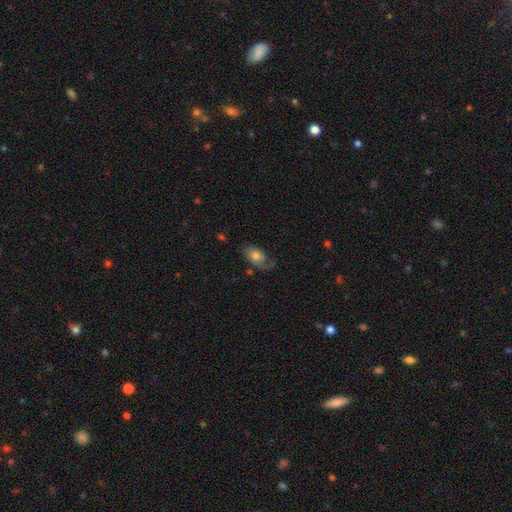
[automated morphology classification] Smooth or featured: smooth — 52% (featured or disk — 41%)
How rounded: in between — 87% (round — 11%)
Merging: none — 49% (minor disturbance — 26%)